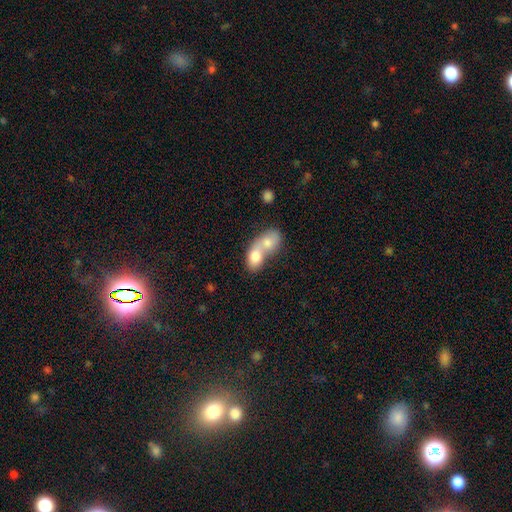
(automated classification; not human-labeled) The model was most divided on "how rounded": in between: 76%, round: 21%, cigar-shaped: 3%. More confident: merging — merger (81%); smooth or featured — smooth (76%).